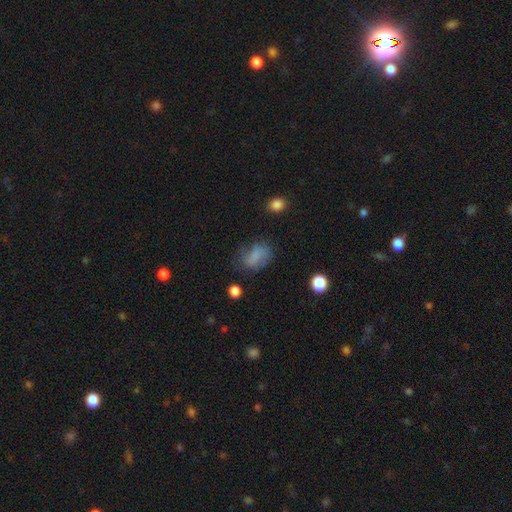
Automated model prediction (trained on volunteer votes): This appears to be a smooth galaxy with no disk features (68%) that is in between round and cigar-shaped (71%). Merging: none (51%).